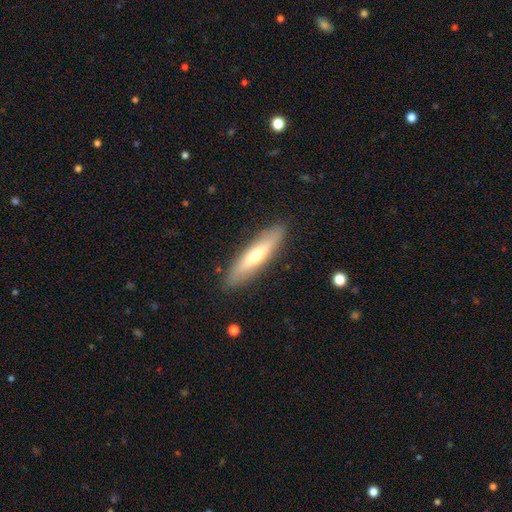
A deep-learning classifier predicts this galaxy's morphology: smooth_or_featured: smooth (p=0.53) [alt: featured or disk p=0.42]
how_rounded: cigar-shaped (p=0.79) [alt: in between p=0.20]
merging: none (p=0.88) [alt: minor disturbance p=0.09]